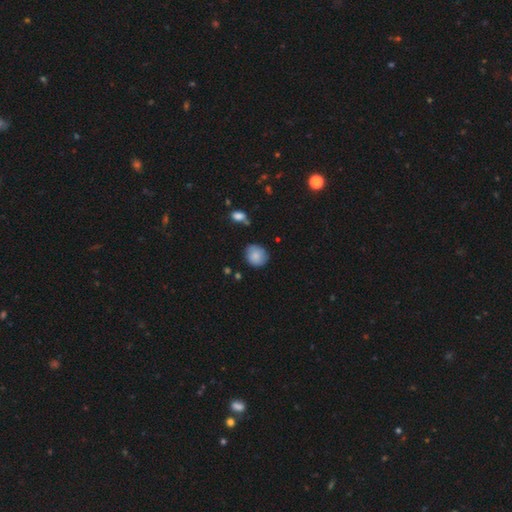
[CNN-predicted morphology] This is clearly a smooth galaxy (81%). How rounded: likely round (79%). Merging: likely none (75%).